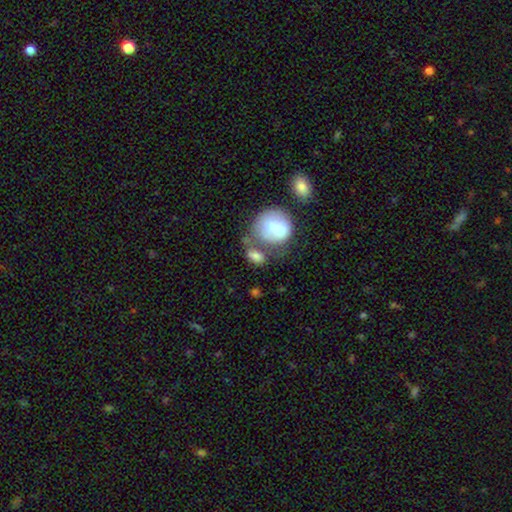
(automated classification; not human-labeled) Overall: smooth (75%). How rounded: in between (66%; round 31%). Merging: none (37%; merger 33%).